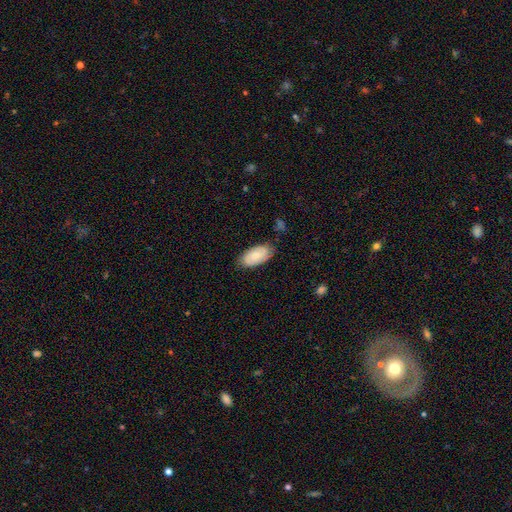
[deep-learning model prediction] Smooth or featured? Predicted: smooth (p=0.64). How rounded? Predicted: in between (p=0.94). Merging? Predicted: none (p=0.73).